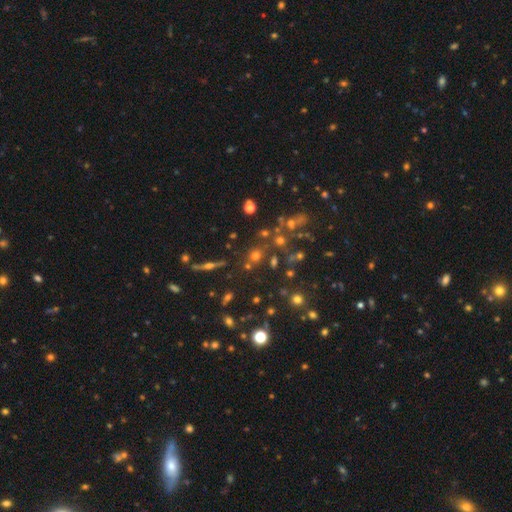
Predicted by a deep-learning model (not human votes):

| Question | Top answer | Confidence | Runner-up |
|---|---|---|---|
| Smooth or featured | smooth | 47% | star or artifact (36%) |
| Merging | none | 72% | merger (13%) |